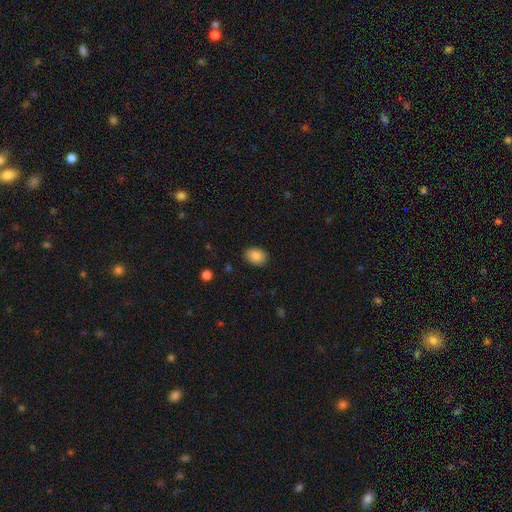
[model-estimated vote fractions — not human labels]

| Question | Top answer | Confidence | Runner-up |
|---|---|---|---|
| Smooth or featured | smooth | 86% | star or artifact (8%) |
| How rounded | in between | 72% | round (27%) |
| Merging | none | 88% | minor disturbance (9%) |